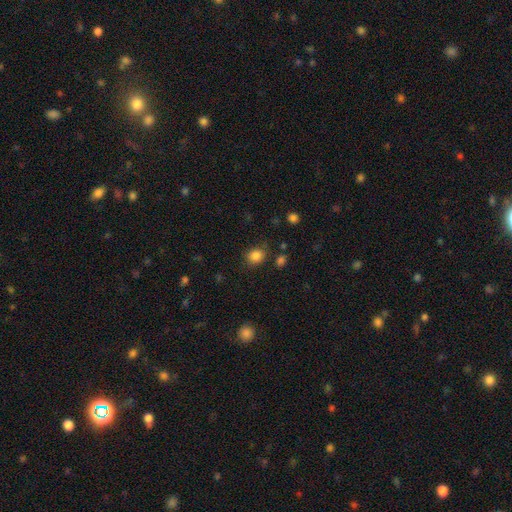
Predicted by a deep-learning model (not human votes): Smooth or featured? Predicted: smooth (p=0.85). How rounded? Predicted: round (p=0.70). Merging? Predicted: none (p=0.80).